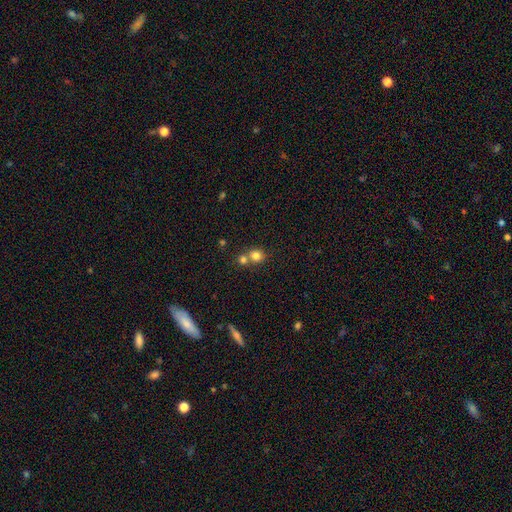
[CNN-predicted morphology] smooth-or-featured: smooth: 80% | star or artifact: 12% | featured or disk: 9%
  how-rounded: round: 78% | in between: 21% | cigar-shaped: 1%
  merging: merger: 47% | none: 44% | minor disturbance: 7% | major disturbance: 2%